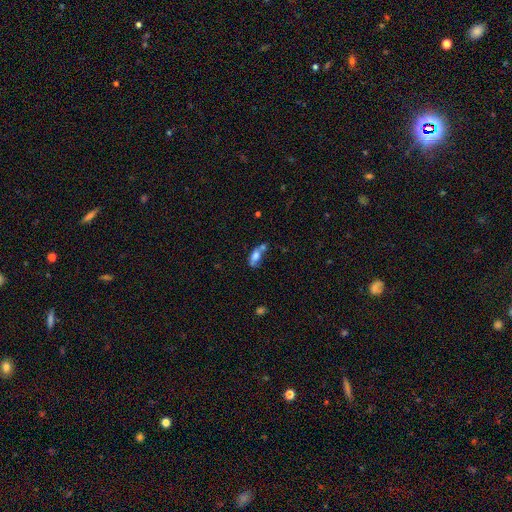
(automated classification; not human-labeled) A smooth galaxy with no disk features (67%) that is in between round and cigar-shaped (79%).

Vote fractions:
- Smooth or featured? smooth: 67% / featured or disk: 23% / star or artifact: 10%
- How rounded? in between: 79% / cigar-shaped: 15% / round: 6%
- Merging? merger: 35% / none: 33% / minor disturbance: 20% / major disturbance: 12%